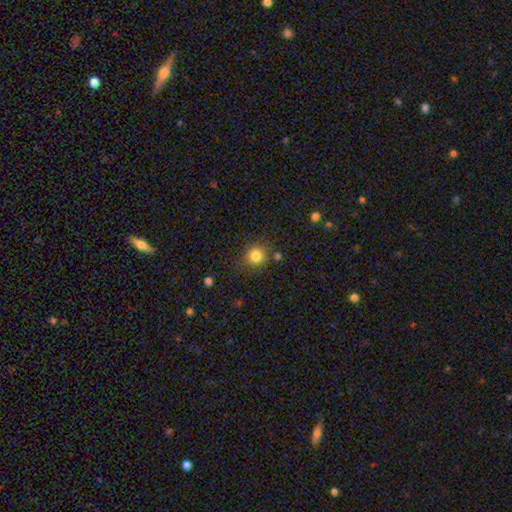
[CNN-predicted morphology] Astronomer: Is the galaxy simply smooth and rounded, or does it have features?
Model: smooth — 82%.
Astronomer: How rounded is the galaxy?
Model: round — 84%.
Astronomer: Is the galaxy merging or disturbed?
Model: none — 78%.